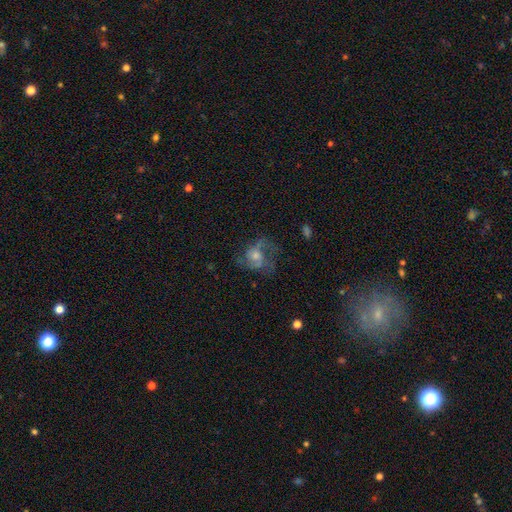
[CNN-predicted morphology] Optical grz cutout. It shows a featured or disk galaxy (66%) with no bar (73%), 2 (45%) medium (47%) spiral arms (82%) and a moderate central bulge (48%). Merging: none (52%).